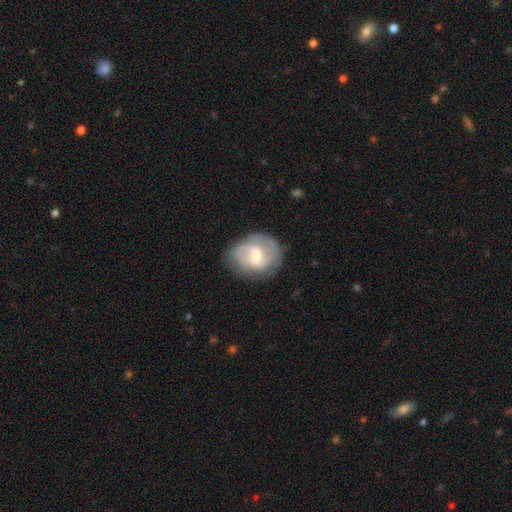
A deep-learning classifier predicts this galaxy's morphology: smooth-or-featured: featured or disk: 73% | smooth: 22% | star or artifact: 6%
  disk-edge-on: no: 98% | yes: 2%
    bar: weak: 54% | no: 30% | strong: 16%
    has-spiral-arms: yes: 90% | no: 10%
      spiral-winding: medium: 47% | loose: 27% | tight: 26%
      spiral-arm-count: 2: 69% | can't tell: 14% | 3: 7% | 1: 6% | 4: 2% | more than 4: 2%
    bulge-size: moderate: 48% | small: 44% | large: 4% | none: 3% | dominant: 1%
  merging: none: 68% | minor disturbance: 20% | major disturbance: 10% | merger: 2%